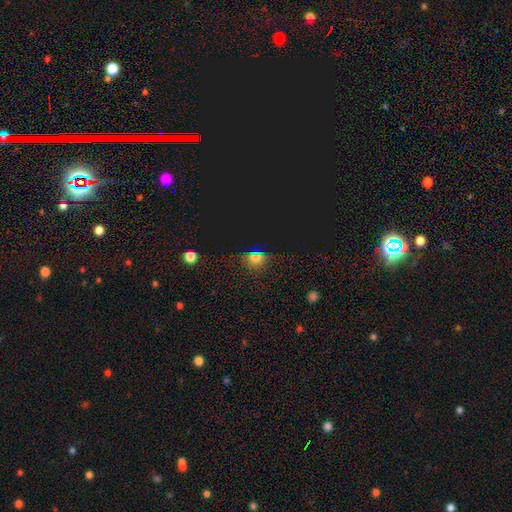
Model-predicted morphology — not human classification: This is possibly a star or artifact rather than a galaxy (51%).